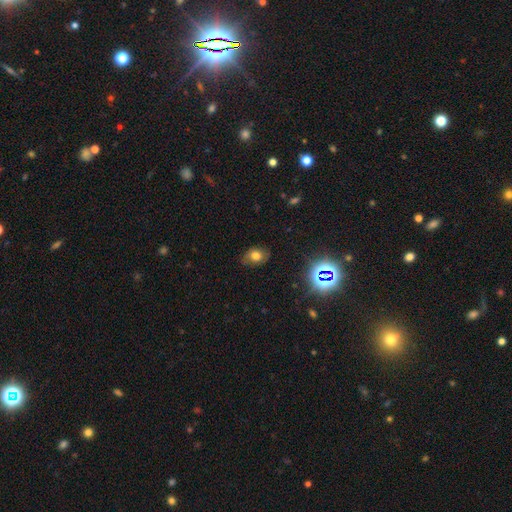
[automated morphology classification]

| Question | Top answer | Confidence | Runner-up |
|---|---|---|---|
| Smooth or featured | smooth | 61% | star or artifact (19%) |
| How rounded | in between | 68% | round (30%) |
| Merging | none | 76% | minor disturbance (18%) |